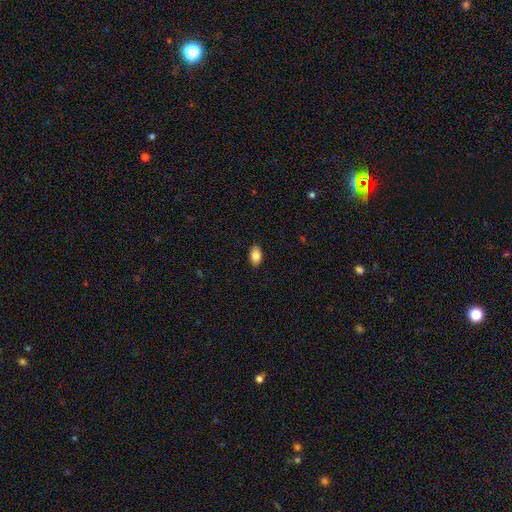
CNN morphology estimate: Overall: smooth (85%). How rounded: in between (92%). Merging: none (89%).